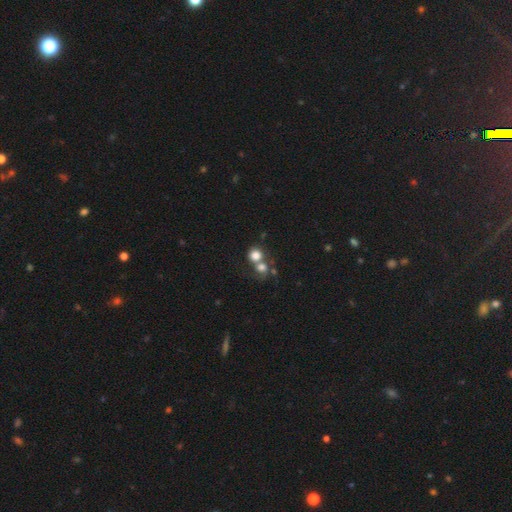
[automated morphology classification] The model was most divided on "merging": merger: 50%, none: 36%, minor disturbance: 8%, major disturbance: 6%. More confident: how rounded — round (80%); smooth or featured — smooth (76%).